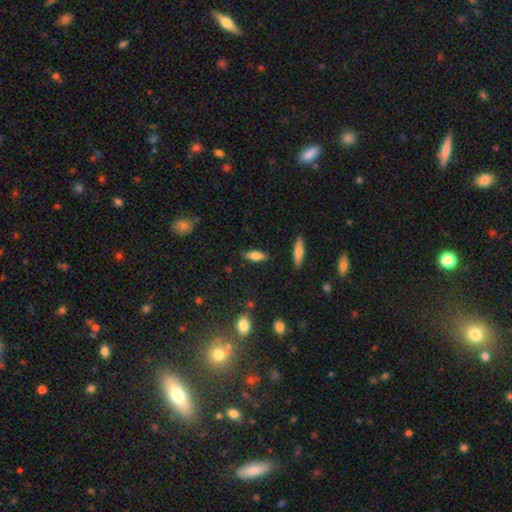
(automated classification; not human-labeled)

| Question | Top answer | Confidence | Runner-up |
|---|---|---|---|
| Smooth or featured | smooth | 72% | featured or disk (20%) |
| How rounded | in between | 68% | cigar-shaped (30%) |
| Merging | none | 83% | minor disturbance (12%) |